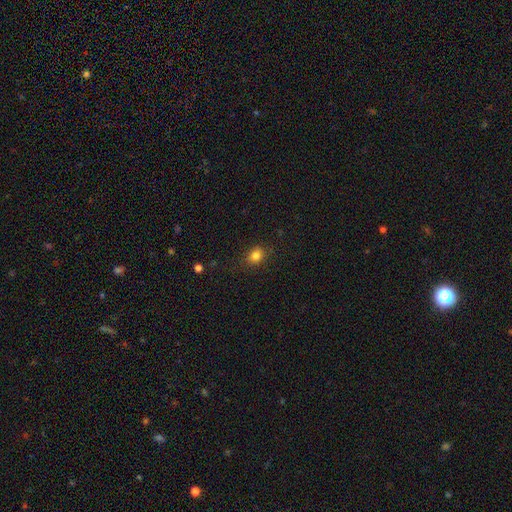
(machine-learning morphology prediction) type=smooth (82%); roundness=round (57%); merging=none (82%).